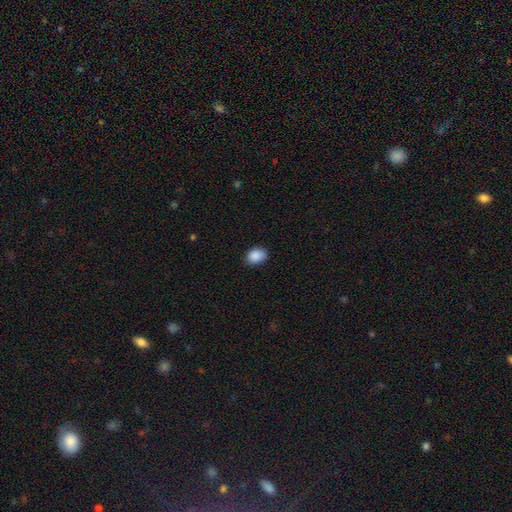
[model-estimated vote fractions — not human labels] smooth_or_featured: smooth (p=0.90) [alt: star or artifact p=0.08]
how_rounded: in between (p=0.69) [alt: round p=0.30]
merging: none (p=0.84) [alt: minor disturbance p=0.13]